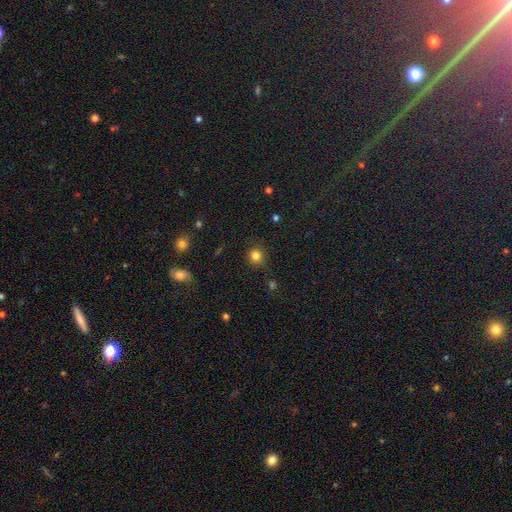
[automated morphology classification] This appears to be a smooth galaxy with no disk features (81%) that is round (92%). Merging: none (84%).